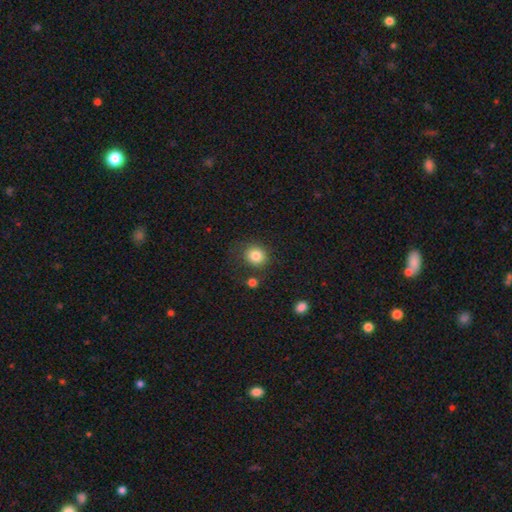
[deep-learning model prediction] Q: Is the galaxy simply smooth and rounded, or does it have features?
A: smooth — 83%.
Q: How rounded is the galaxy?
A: round — 83%.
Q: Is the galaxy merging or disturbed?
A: none — 78%.